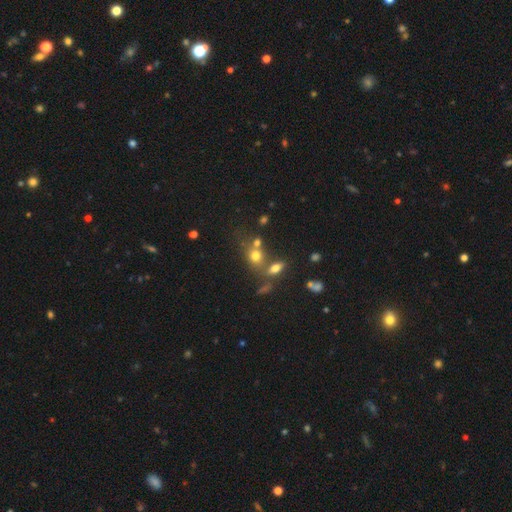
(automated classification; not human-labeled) Q: Smooth or featured?
A: smooth (68%); runner-up: star or artifact (17%)
Q: How rounded?
A: round (58%); runner-up: in between (39%)
Q: Merging?
A: none (44%); runner-up: merger (37%)